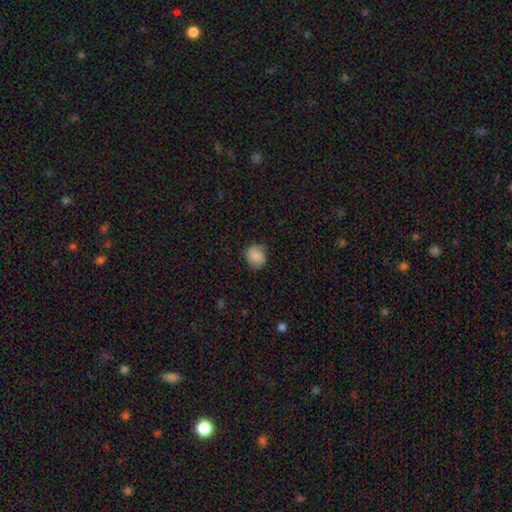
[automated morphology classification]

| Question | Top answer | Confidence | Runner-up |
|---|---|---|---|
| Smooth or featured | smooth | 79% | featured or disk (13%) |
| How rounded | round | 79% | in between (20%) |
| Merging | none | 74% | minor disturbance (20%) |